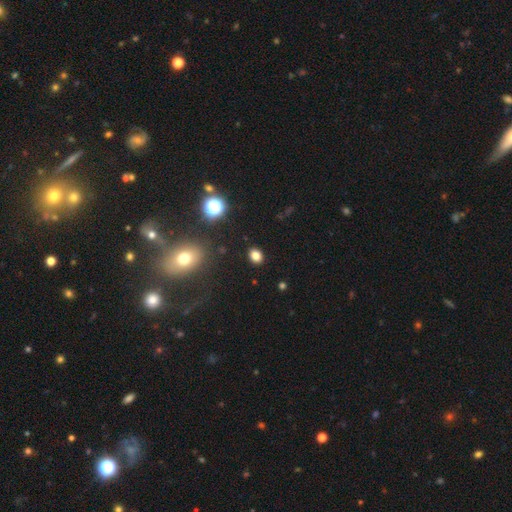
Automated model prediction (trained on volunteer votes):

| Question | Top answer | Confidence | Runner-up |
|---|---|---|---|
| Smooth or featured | smooth | 80% | star or artifact (15%) |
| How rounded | in between | 60% | round (39%) |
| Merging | none | 88% | minor disturbance (8%) |